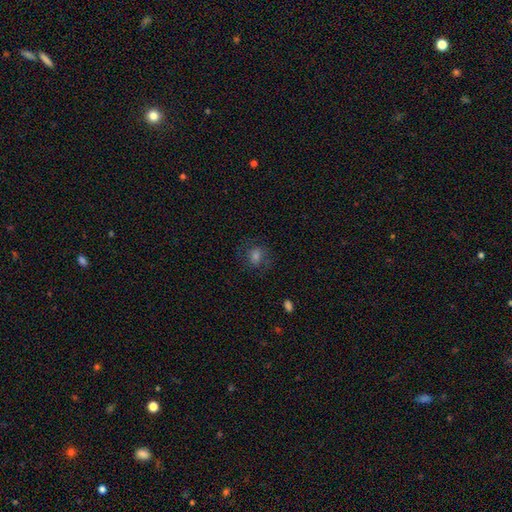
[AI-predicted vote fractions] A smooth galaxy with no disk features (56%) that is round (57%). Merging: none (73%).